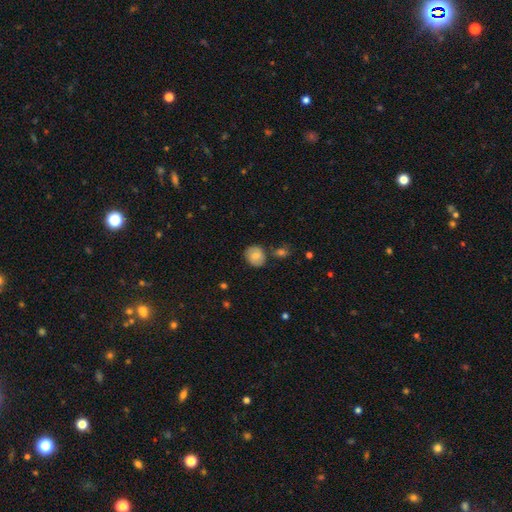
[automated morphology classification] smooth-or-featured: smooth: 78% | featured or disk: 14% | star or artifact: 8%
  how-rounded: round: 73% | in between: 26% | cigar-shaped: 1%
  merging: none: 78% | minor disturbance: 13% | merger: 6% | major disturbance: 3%